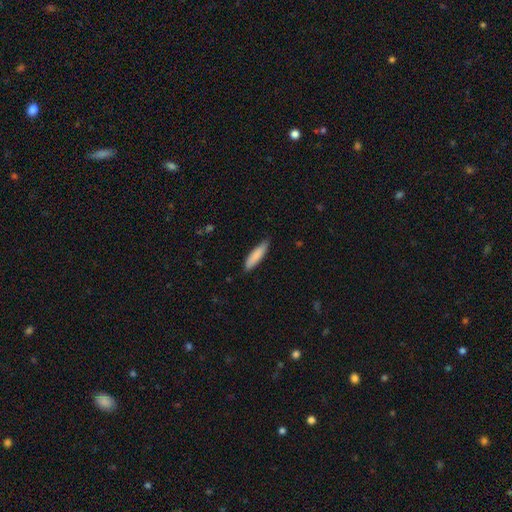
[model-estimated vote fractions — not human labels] Smooth or featured? smooth (84%)
How rounded? cigar-shaped (67%)
Merging? none (79%)